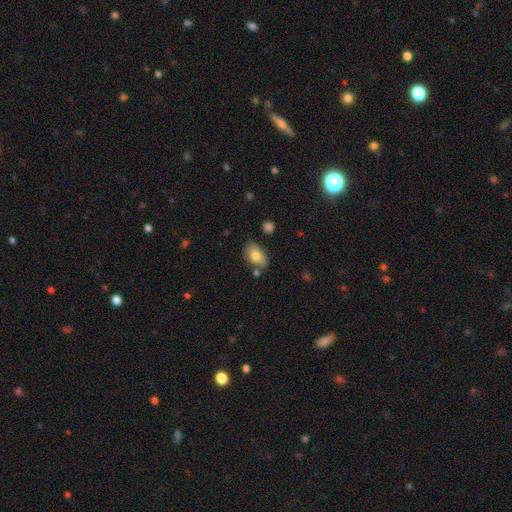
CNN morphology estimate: smooth 76%, featured or disk 16%, star or artifact 8%. Down the decision tree: how rounded — in between (87%); merging — none (66%).